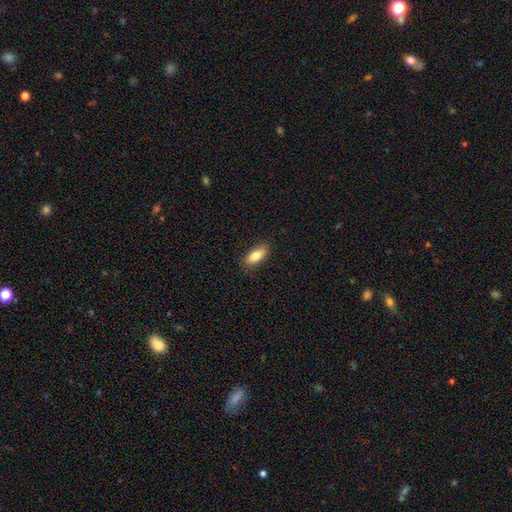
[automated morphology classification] This appears to be a smooth galaxy with no disk features (81%) that is in between round and cigar-shaped (78%). Merging: none (87%).